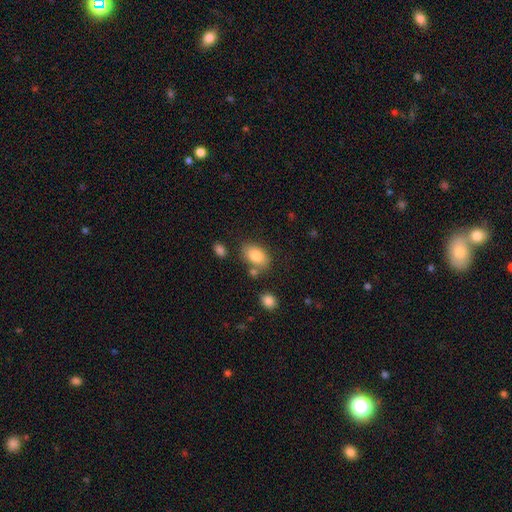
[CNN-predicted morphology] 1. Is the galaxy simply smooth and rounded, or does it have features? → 84% smooth, 8% featured or disk, 7% star or artifact.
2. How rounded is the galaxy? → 89% in between, 10% round, 2% cigar-shaped.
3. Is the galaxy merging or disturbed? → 69% none, 16% minor disturbance, 11% merger, 5% major disturbance.